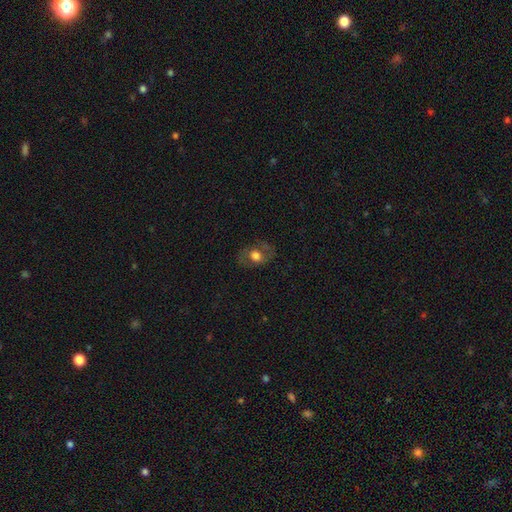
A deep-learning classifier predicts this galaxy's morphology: smooth_or_featured: smooth (p=0.51) [alt: featured or disk p=0.38]
how_rounded: in between (p=0.64) [alt: round p=0.34]
merging: none (p=0.73) [alt: minor disturbance p=0.16]